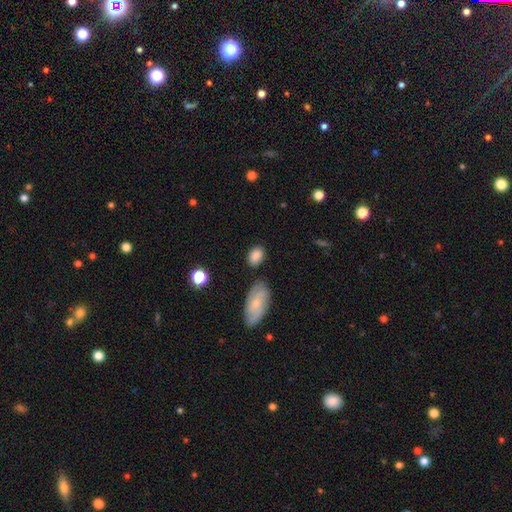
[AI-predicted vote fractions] smooth_or_featured: smooth (p=0.85) [alt: star or artifact p=0.08]
how_rounded: in between (p=0.82) [alt: round p=0.17]
merging: none (p=0.75) [alt: minor disturbance p=0.16]